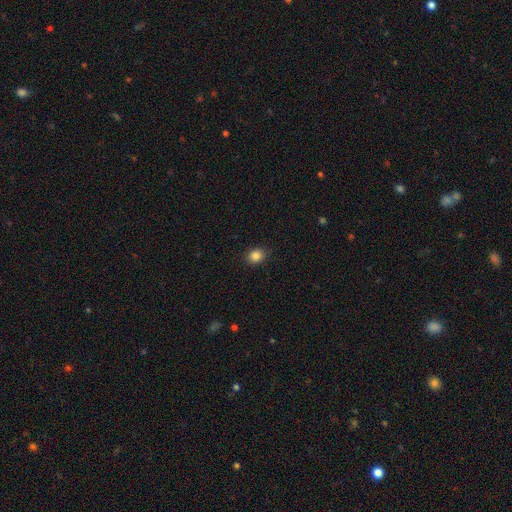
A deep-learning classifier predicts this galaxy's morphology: The model was most divided on "how rounded": round: 64%, in between: 35%, cigar-shaped: 1%. More confident: merging — none (88%); smooth or featured — smooth (85%).